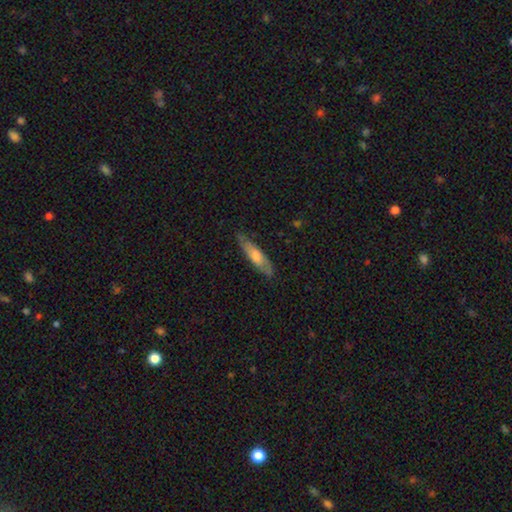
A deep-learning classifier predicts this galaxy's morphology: Smooth or featured?
  - smooth: 54% *
  - featured or disk: 40%
  - star or artifact: 6%
How rounded?
  - cigar-shaped: 69% *
  - in between: 29%
  - round: 2%
Merging?
  - none: 79% *
  - minor disturbance: 17%
  - major disturbance: 3%
  - merger: 1%